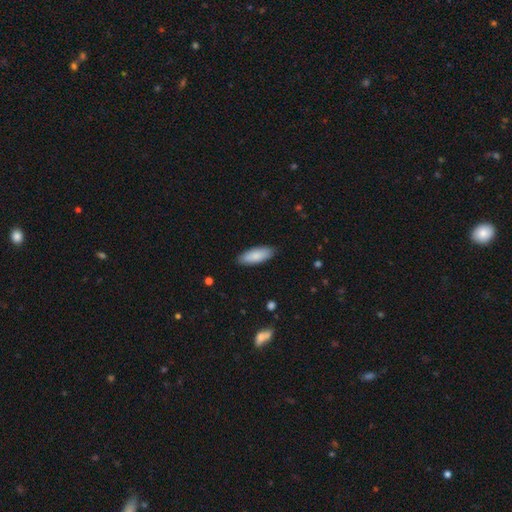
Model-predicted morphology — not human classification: Smooth or featured?
  - smooth: 86% *
  - featured or disk: 9%
  - star or artifact: 5%
How rounded?
  - in between: 73% *
  - cigar-shaped: 25%
  - round: 2%
Merging?
  - none: 87% *
  - minor disturbance: 10%
  - major disturbance: 2%
  - merger: 1%